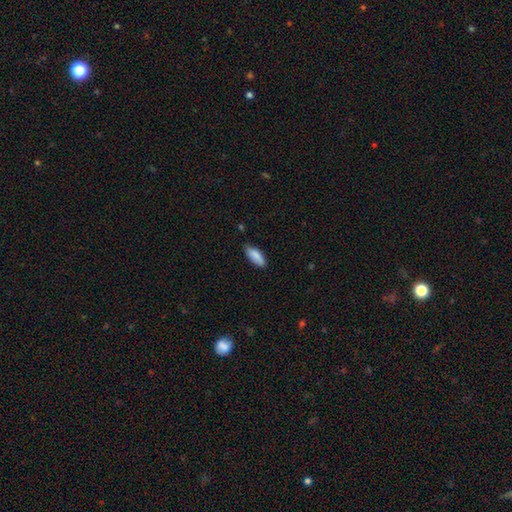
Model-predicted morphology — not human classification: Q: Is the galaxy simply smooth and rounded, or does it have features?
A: smooth — 86%.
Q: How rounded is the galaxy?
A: in between — 75%.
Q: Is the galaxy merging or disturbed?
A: none — 76%.